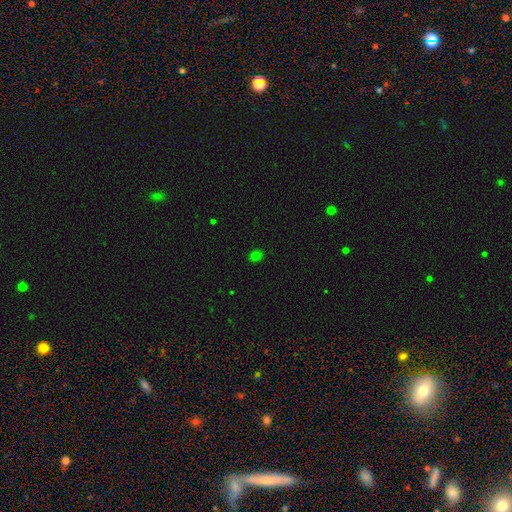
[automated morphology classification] Smooth or featured? smooth (75%)
How rounded? round (69%)
Merging? none (89%)